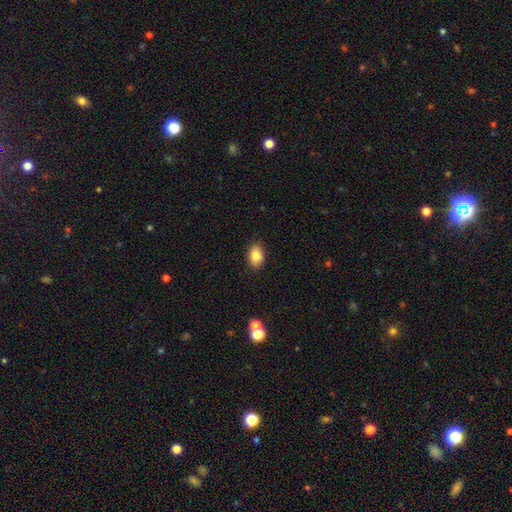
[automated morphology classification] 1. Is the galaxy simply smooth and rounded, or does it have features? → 85% smooth, 9% star or artifact, 7% featured or disk.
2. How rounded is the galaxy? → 82% in between, 17% round, 1% cigar-shaped.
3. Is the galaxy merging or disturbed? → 87% none, 10% minor disturbance, 2% major disturbance, 1% merger.